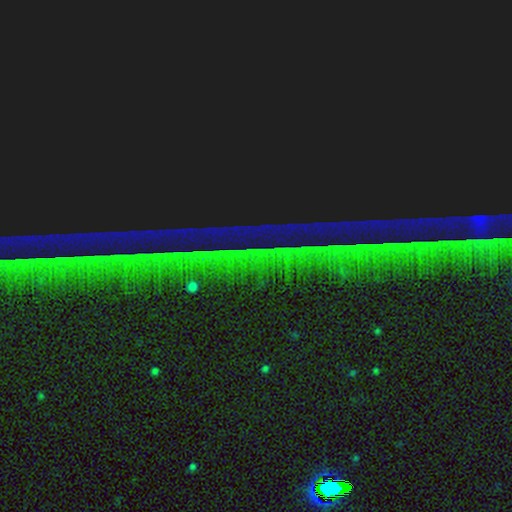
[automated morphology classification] Q: Smooth or featured?
A: star or artifact (89%); runner-up: featured or disk (6%)